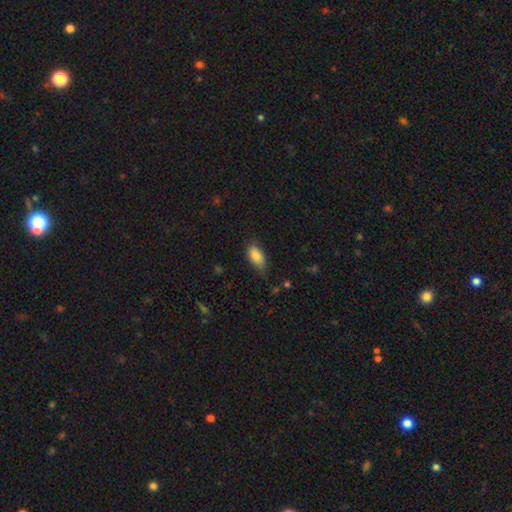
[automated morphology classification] The model was most divided on "merging": none: 70%, minor disturbance: 24%, major disturbance: 5%, merger: 1%. More confident: how rounded — in between (91%); smooth or featured — smooth (84%).